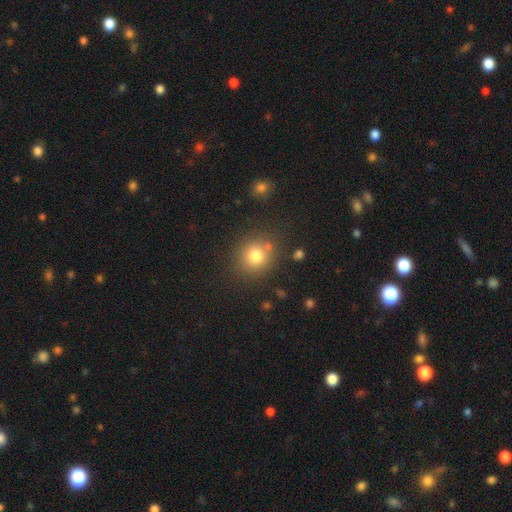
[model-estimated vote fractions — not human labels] Smooth or featured: smooth — 78% (star or artifact — 13%)
How rounded: round — 87% (in between — 12%)
Merging: none — 78% (minor disturbance — 10%)